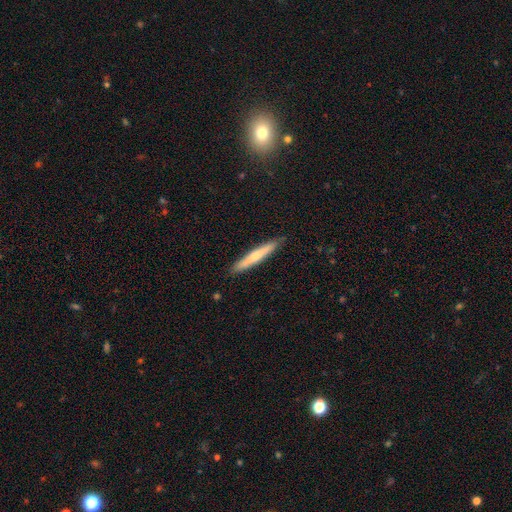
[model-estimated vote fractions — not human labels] Morphology: type=smooth (59%); roundness=cigar-shaped (95%); merging=none (90%).